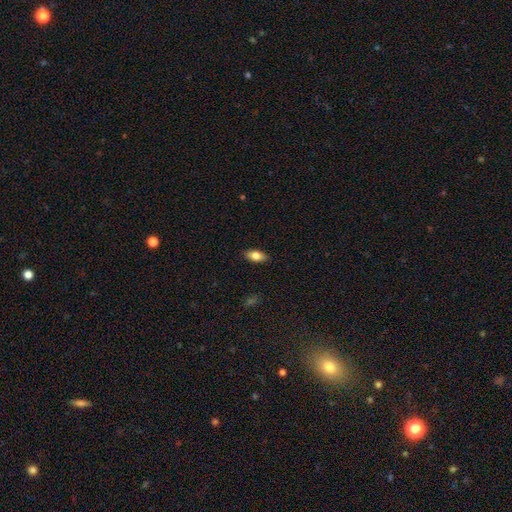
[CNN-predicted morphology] Smooth or featured? Predicted: smooth (p=0.82). How rounded? Predicted: in between (p=0.89). Merging? Predicted: none (p=0.87).